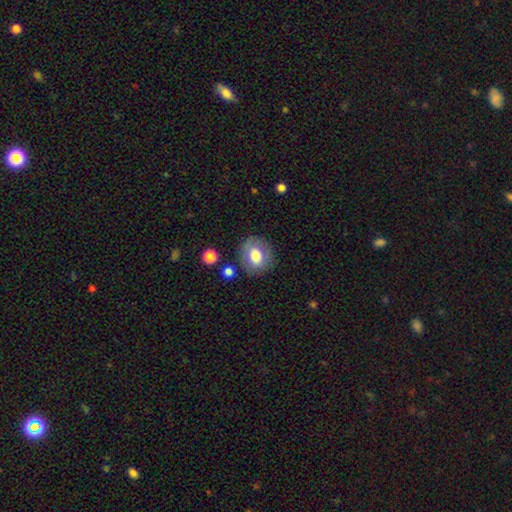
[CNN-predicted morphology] This is likely a smooth galaxy (73%). How rounded: likely round (66%). Merging: likely none (80%).